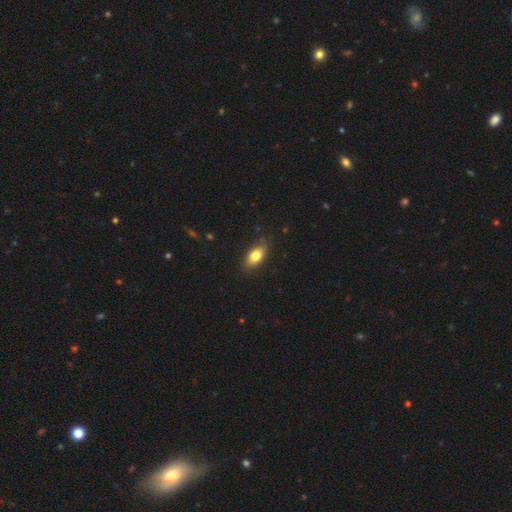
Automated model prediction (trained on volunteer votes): Smooth or featured?
  - smooth: 80% *
  - featured or disk: 12%
  - star or artifact: 7%
How rounded?
  - in between: 88% *
  - cigar-shaped: 7%
  - round: 5%
Merging?
  - none: 81% *
  - minor disturbance: 15%
  - major disturbance: 3%
  - merger: 1%